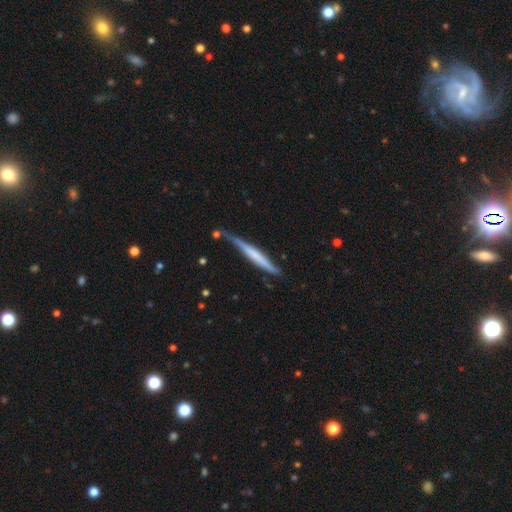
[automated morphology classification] Q: Smooth or featured?
A: smooth (48%); runner-up: featured or disk (46%)
Q: Merging?
A: none (63%); runner-up: minor disturbance (26%)